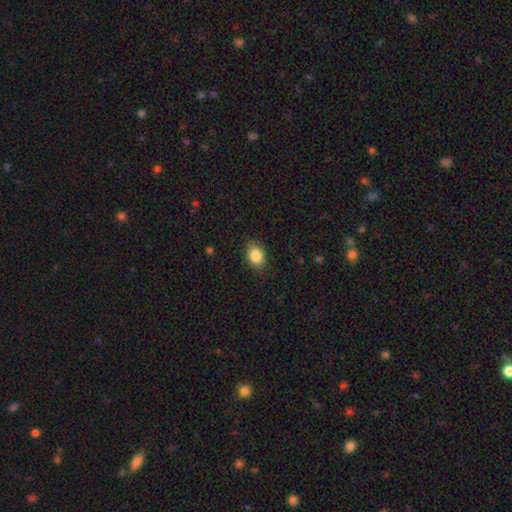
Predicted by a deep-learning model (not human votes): Overall: smooth (86%). How rounded: in between (70%). Merging: none (86%).